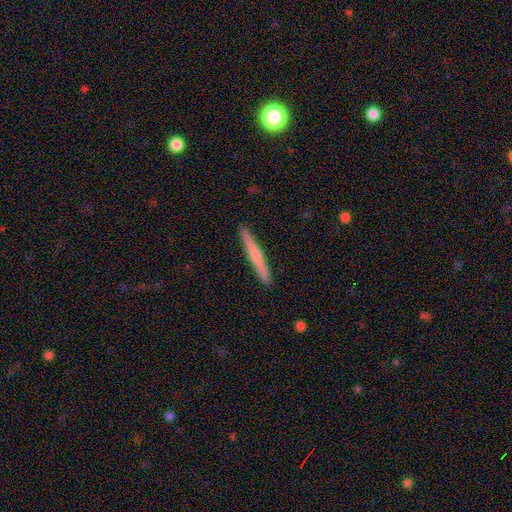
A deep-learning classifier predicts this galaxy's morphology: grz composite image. It shows a smooth galaxy with no disk features (53%) that is cigar-shaped (96%). Merging: none (92%).